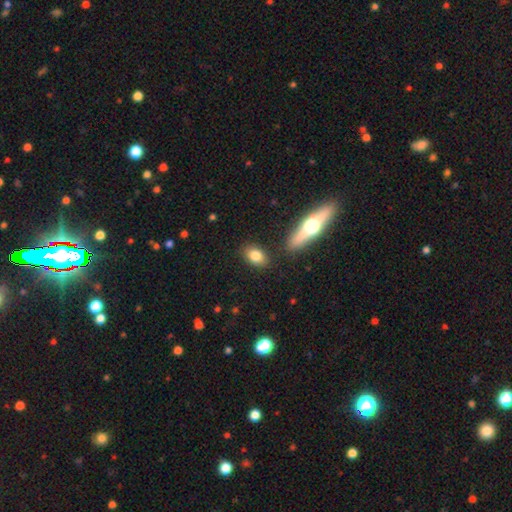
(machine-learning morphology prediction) smooth_or_featured: smooth (p=0.80) [alt: featured or disk p=0.12]
how_rounded: in between (p=0.82) [alt: round p=0.14]
merging: none (p=0.84) [alt: minor disturbance p=0.09]